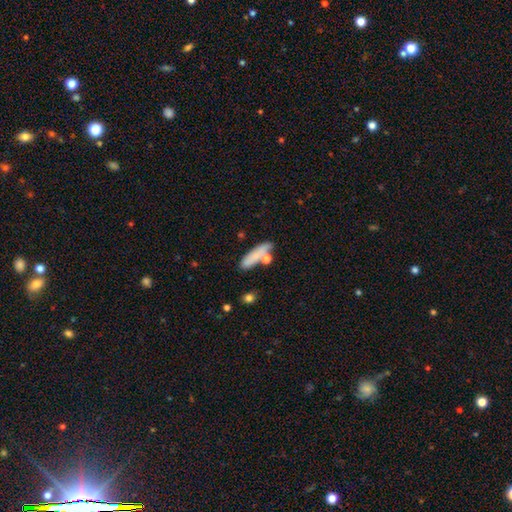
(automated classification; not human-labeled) A smooth galaxy with no disk features (72%) that is cigar-shaped (56%).

Vote fractions:
- Smooth or featured? smooth: 72% / featured or disk: 19% / star or artifact: 9%
- How rounded? cigar-shaped: 56% / in between: 40% / round: 4%
- Merging? none: 58% / minor disturbance: 19% / merger: 16% / major disturbance: 7%